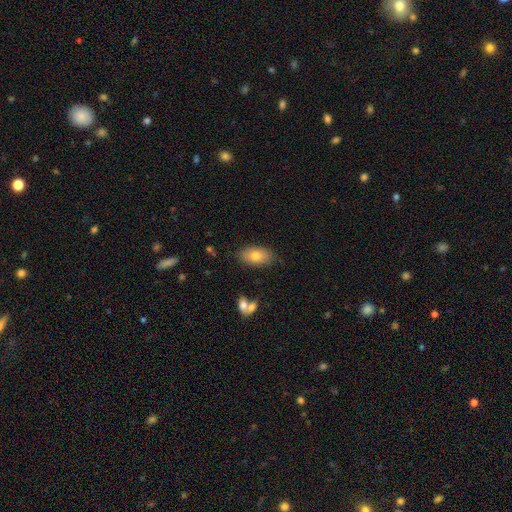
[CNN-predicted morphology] The model was most divided on "smooth or featured": smooth: 77%, featured or disk: 15%, star or artifact: 7%. More confident: how rounded — in between (92%); merging — none (82%).